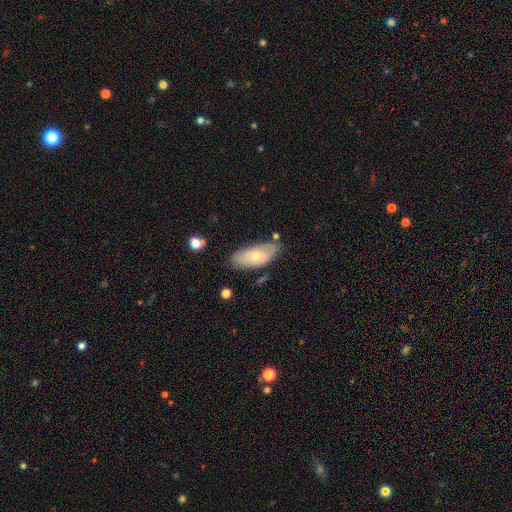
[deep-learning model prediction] Smooth or featured? smooth (56%)
How rounded? in between (88%)
Merging? none (69%)